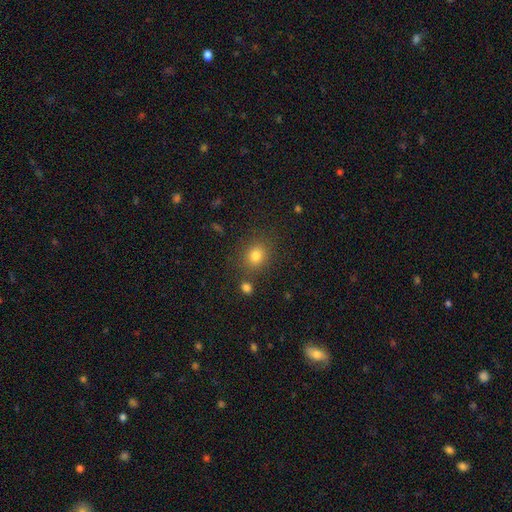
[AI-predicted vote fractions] Q: Smooth or featured?
A: smooth (80%); runner-up: star or artifact (13%)
Q: How rounded?
A: round (69%); runner-up: in between (30%)
Q: Merging?
A: none (80%); runner-up: minor disturbance (10%)